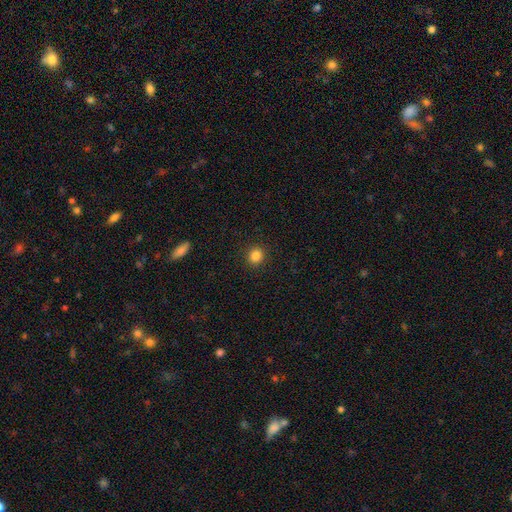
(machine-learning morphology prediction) Q: Smooth or featured?
A: smooth (85%); runner-up: star or artifact (11%)
Q: How rounded?
A: round (85%); runner-up: in between (14%)
Q: Merging?
A: none (92%); runner-up: minor disturbance (5%)